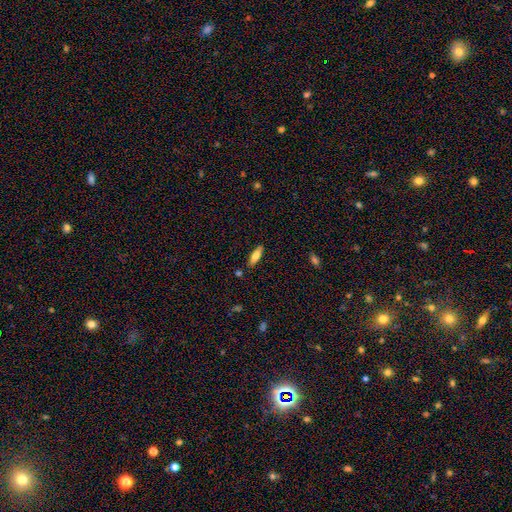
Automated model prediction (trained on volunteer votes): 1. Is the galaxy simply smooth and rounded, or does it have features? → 72% smooth, 21% featured or disk, 7% star or artifact.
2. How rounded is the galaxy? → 53% in between, 45% cigar-shaped, 2% round.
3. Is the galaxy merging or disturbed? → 85% none, 10% minor disturbance, 3% merger, 2% major disturbance.